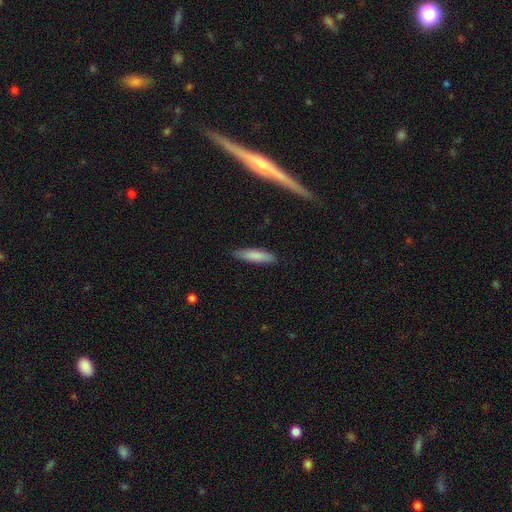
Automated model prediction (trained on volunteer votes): This appears to be a smooth galaxy with no disk features (83%) that is cigar-shaped (75%). Merging: none (85%).